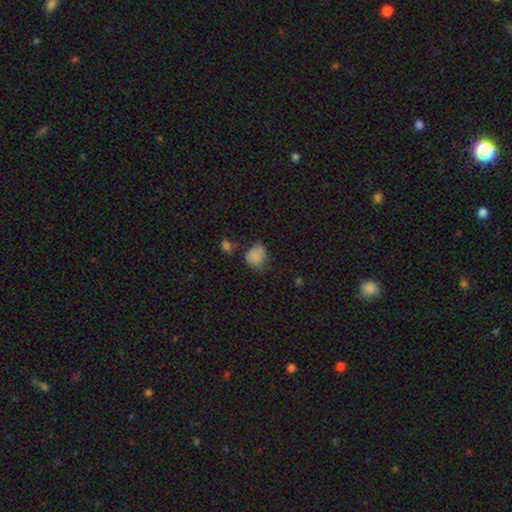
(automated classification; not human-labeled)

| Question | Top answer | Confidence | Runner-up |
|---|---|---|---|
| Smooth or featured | smooth | 80% | star or artifact (12%) |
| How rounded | round | 59% | in between (40%) |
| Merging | none | 51% | minor disturbance (31%) |